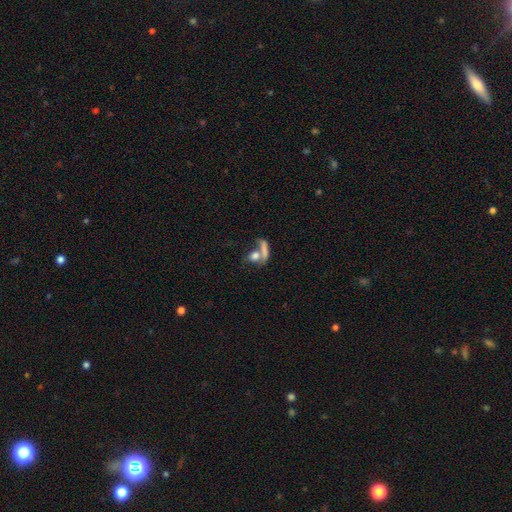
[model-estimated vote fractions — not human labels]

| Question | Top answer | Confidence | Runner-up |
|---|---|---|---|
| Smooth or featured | smooth | 71% | featured or disk (18%) |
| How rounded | in between | 44% | round (36%) |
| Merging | merger | 45% | none (36%) |